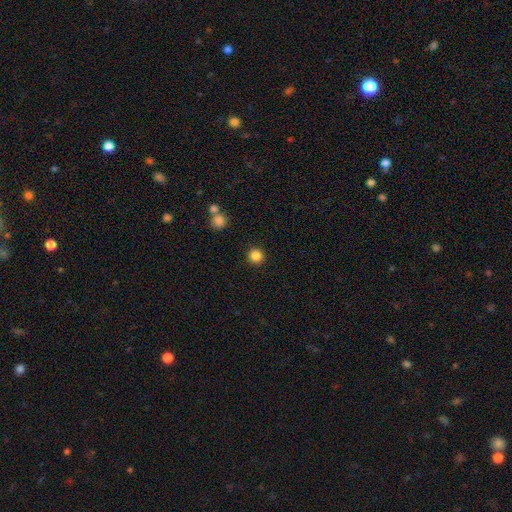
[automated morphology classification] This appears to be a smooth galaxy with no disk features (85%) that is round (95%). Merging: none (91%).